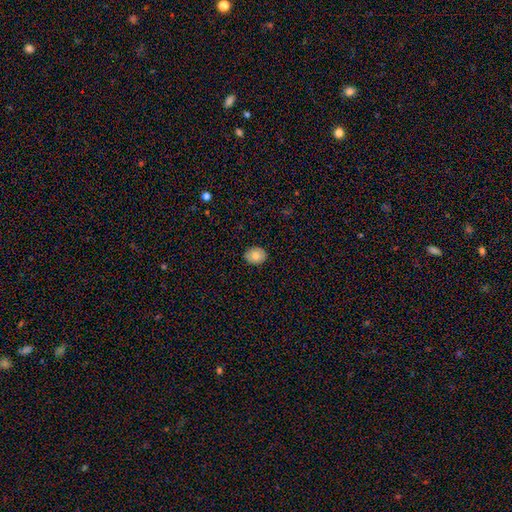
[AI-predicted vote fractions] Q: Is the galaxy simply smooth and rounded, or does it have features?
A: smooth — 77%.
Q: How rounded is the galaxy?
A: round — 52%.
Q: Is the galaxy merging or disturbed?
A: none — 88%.